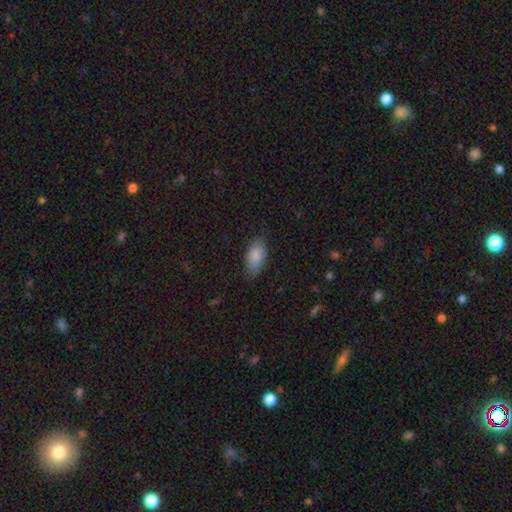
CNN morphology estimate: smooth-or-featured: smooth: 84% | featured or disk: 10% | star or artifact: 6%
  how-rounded: in between: 93% | cigar-shaped: 4% | round: 3%
  merging: none: 78% | minor disturbance: 17% | major disturbance: 3% | merger: 1%